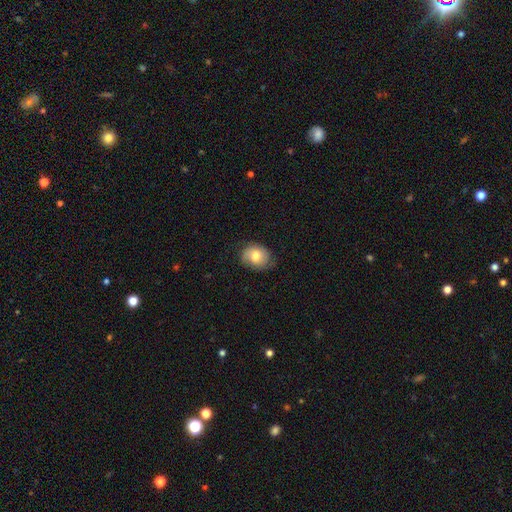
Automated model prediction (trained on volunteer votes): Smooth or featured?
  - smooth: 65% *
  - featured or disk: 28%
  - star or artifact: 8%
How rounded?
  - round: 54% *
  - in between: 45%
  - cigar-shaped: 1%
Merging?
  - none: 68% *
  - minor disturbance: 25%
  - major disturbance: 6%
  - merger: 1%